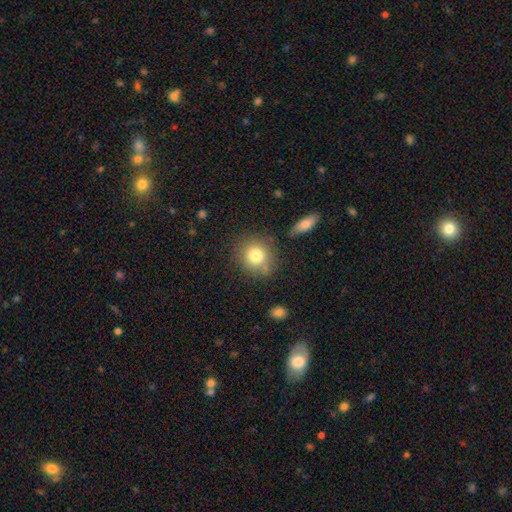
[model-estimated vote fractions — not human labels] Smooth or featured: smooth — 79% (featured or disk — 10%)
How rounded: round — 86% (in between — 13%)
Merging: none — 77% (minor disturbance — 13%)